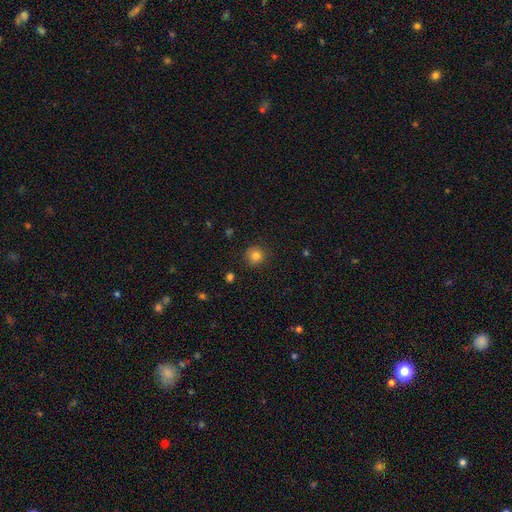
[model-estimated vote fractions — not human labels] A smooth galaxy with no disk features (82%) that is round (92%).

Vote fractions:
- Smooth or featured? smooth: 82% / star or artifact: 12% / featured or disk: 6%
- How rounded? round: 92% / in between: 7% / cigar-shaped: 1%
- Merging? none: 88% / minor disturbance: 9% / major disturbance: 2% / merger: 1%